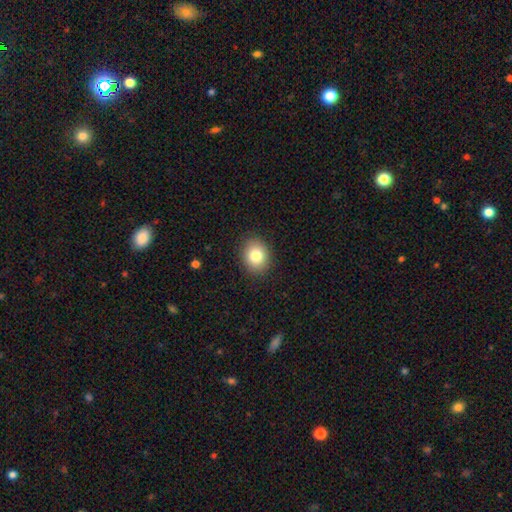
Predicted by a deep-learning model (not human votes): A smooth galaxy with no disk features (81%) that is round (61%). Merging: none (89%).